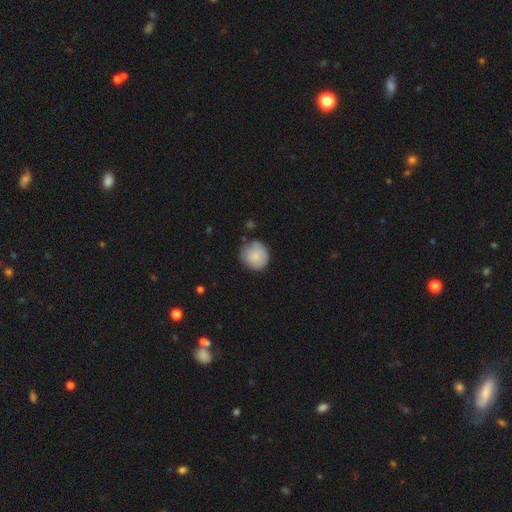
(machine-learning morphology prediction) Smooth or featured? smooth (83%)
How rounded? round (90%)
Merging? none (74%)